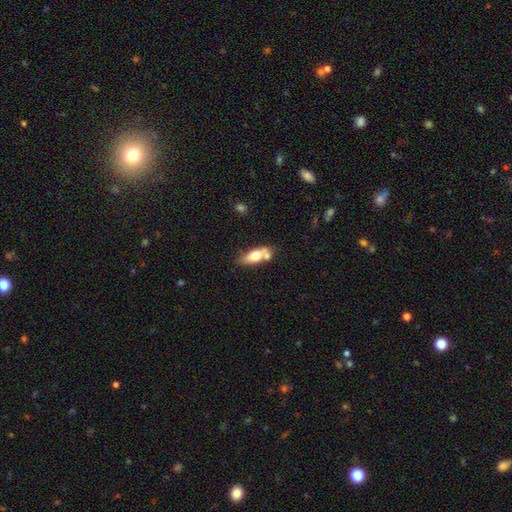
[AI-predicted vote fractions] smooth_or_featured: smooth (p=0.63) [alt: featured or disk p=0.31]
how_rounded: in between (p=0.71) [alt: cigar-shaped p=0.26]
merging: none (p=0.48) [alt: merger p=0.28]